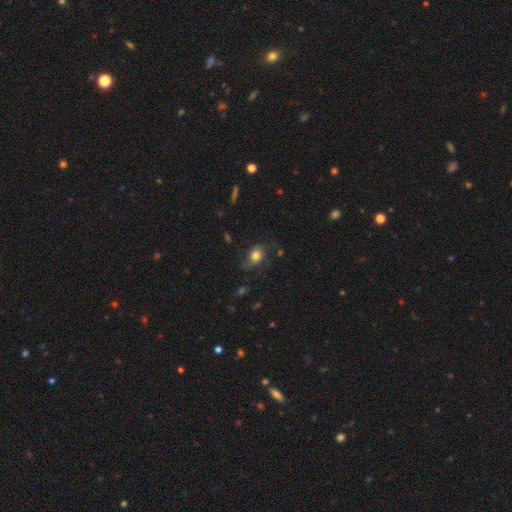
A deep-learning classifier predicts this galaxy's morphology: The model was most divided on "smooth or featured": smooth: 57%, featured or disk: 32%, star or artifact: 11%. More confident: how rounded — in between (68%); merging — none (57%).